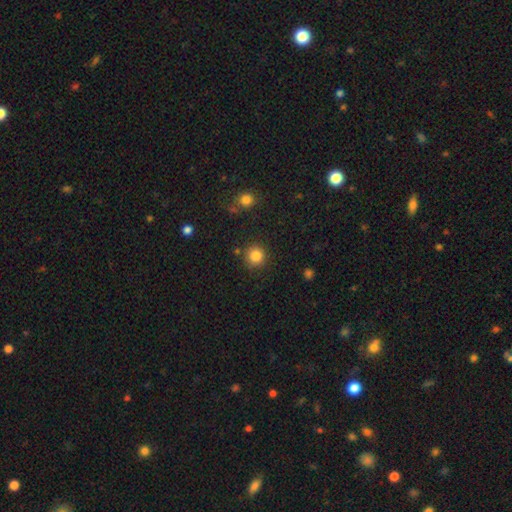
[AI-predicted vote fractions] Smooth or featured: smooth — 85% (star or artifact — 11%)
How rounded: round — 93% (in between — 6%)
Merging: none — 86% (minor disturbance — 8%)